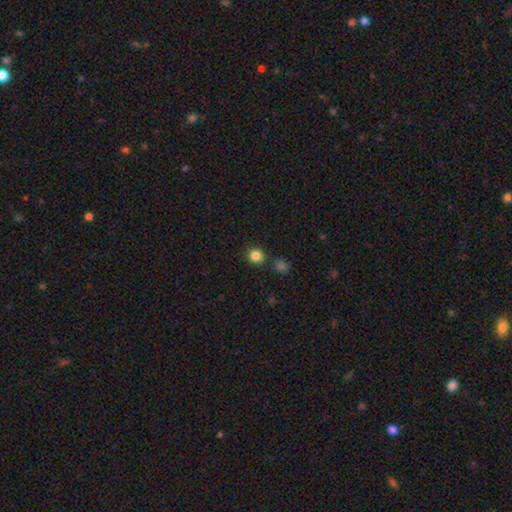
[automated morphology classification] Smooth or featured? Predicted: smooth (p=0.83). How rounded? Predicted: round (p=0.87). Merging? Predicted: none (p=0.80).